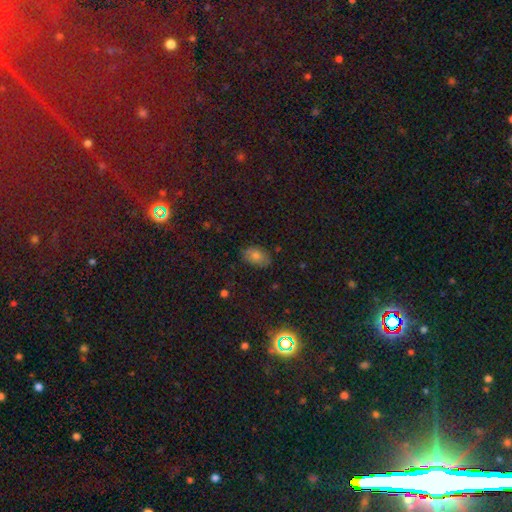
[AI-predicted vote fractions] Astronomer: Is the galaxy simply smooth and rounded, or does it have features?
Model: smooth — 68%.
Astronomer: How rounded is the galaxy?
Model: in between — 86%.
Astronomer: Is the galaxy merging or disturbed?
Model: none — 81%.